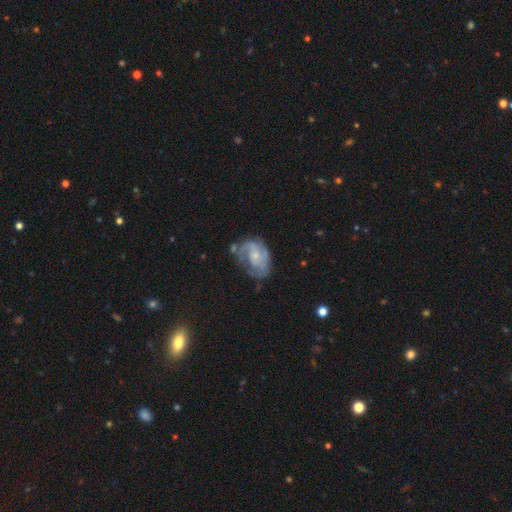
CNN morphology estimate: smooth_or_featured: featured or disk (p=0.71) [alt: smooth p=0.22]
disk_edge_on: no (p=0.97) [alt: yes p=0.03]
bar: no (p=0.69) [alt: weak p=0.27]
has_spiral_arms: yes (p=0.81) [alt: no p=0.19]
spiral_winding: medium (p=0.41) [alt: tight p=0.38]
spiral_arm_count: 2 (p=0.40) [alt: can't tell p=0.31]
bulge_size: small (p=0.62) [alt: moderate p=0.28]
merging: none (p=0.43) [alt: minor disturbance p=0.28]